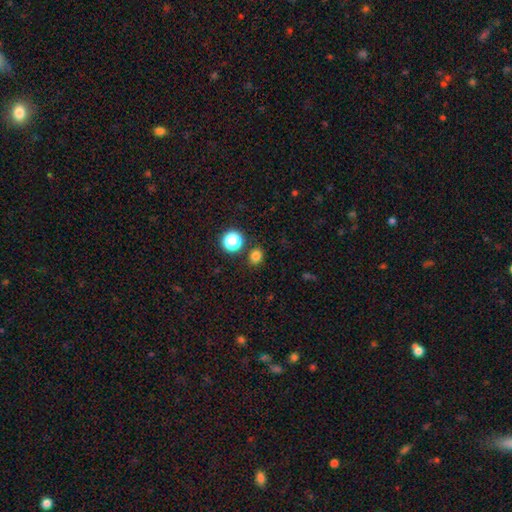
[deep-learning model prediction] Smooth or featured? smooth (78%)
How rounded? round (76%)
Merging? none (84%)